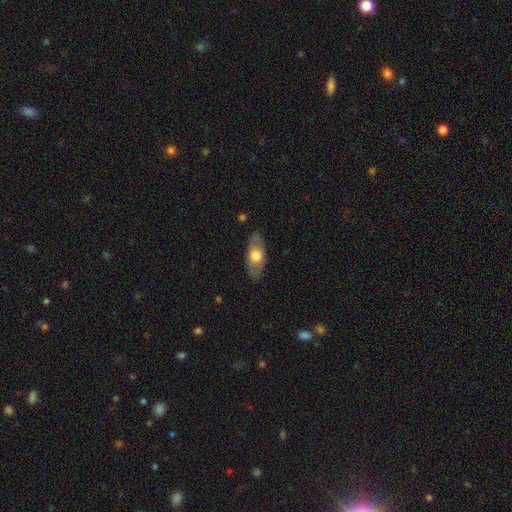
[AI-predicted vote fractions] Smooth or featured? smooth (53%)
How rounded? in between (84%)
Merging? none (82%)